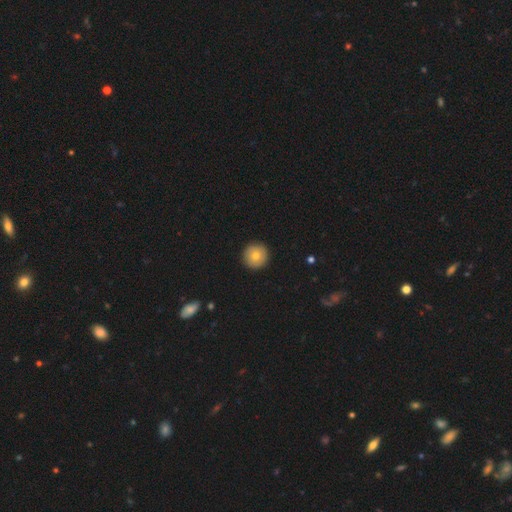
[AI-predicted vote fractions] smooth 73%, featured or disk 18%, star or artifact 9%. Down the decision tree: how rounded — round (96%); merging — none (92%).